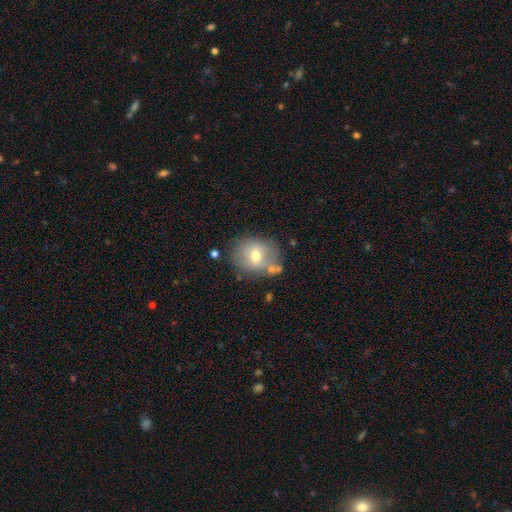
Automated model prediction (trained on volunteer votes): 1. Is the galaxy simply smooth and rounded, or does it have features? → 59% smooth, 32% featured or disk, 10% star or artifact.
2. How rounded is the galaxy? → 64% round, 35% in between, 1% cigar-shaped.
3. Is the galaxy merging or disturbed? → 68% none, 17% minor disturbance, 9% merger, 6% major disturbance.